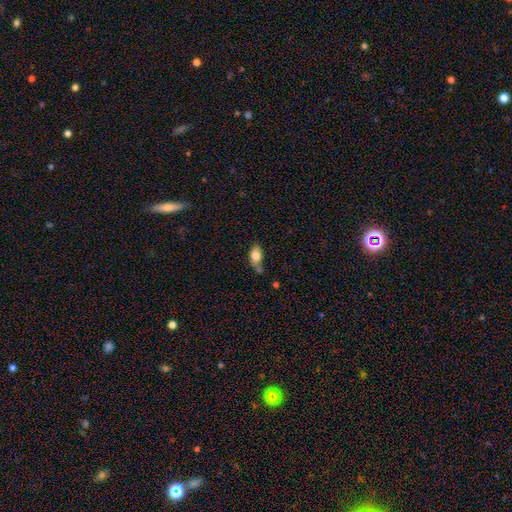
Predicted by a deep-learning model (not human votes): A smooth galaxy with no disk features (78%) that is in between round and cigar-shaped (84%). Merging: none (49%).